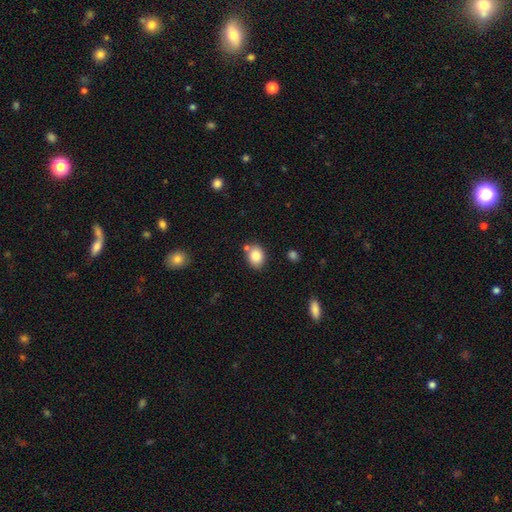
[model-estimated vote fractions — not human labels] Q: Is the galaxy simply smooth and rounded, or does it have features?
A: smooth — 83%.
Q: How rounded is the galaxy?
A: in between — 56%.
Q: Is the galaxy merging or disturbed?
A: none — 72%.